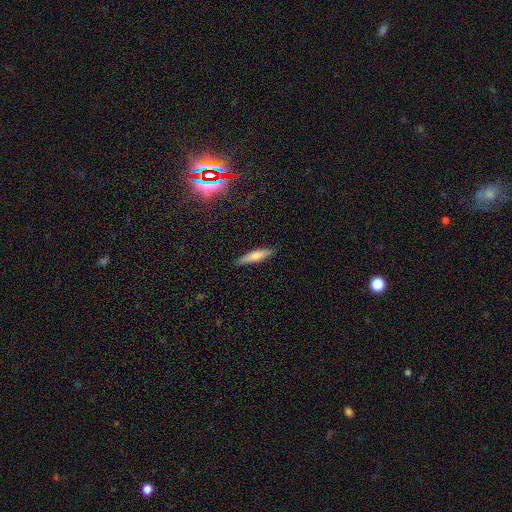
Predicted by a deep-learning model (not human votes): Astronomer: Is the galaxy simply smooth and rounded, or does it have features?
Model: smooth — 69%.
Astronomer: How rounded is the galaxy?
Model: cigar-shaped — 83%.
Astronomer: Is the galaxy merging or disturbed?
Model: none — 88%.